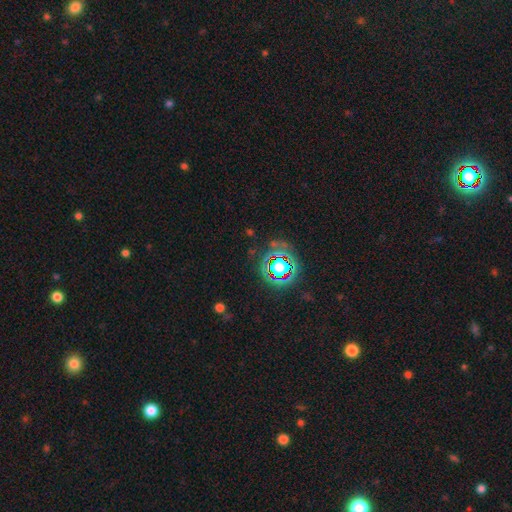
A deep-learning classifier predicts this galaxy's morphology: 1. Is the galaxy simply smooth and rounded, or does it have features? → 79% star or artifact, 12% smooth, 9% featured or disk.